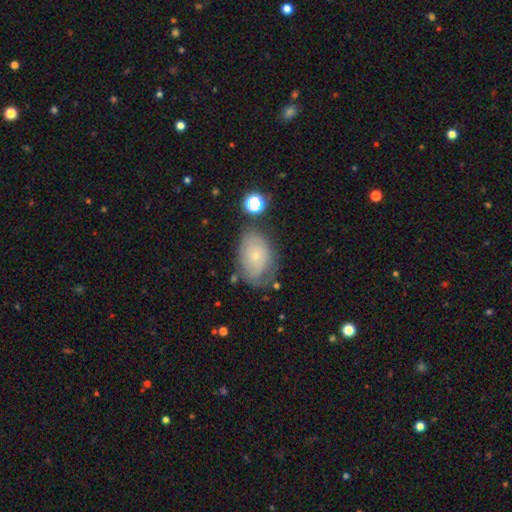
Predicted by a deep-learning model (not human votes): The model was most divided on "smooth or featured": smooth: 53%, featured or disk: 37%, star or artifact: 10%. More confident: how rounded — in between (83%); merging — none (60%).